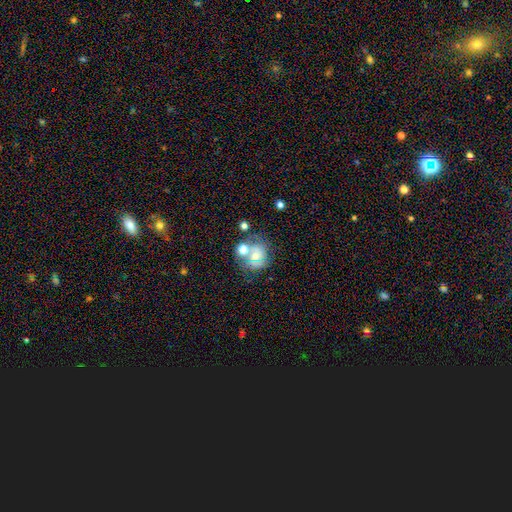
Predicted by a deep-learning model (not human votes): A smooth galaxy with no disk features (44%). Merging: none (40%).